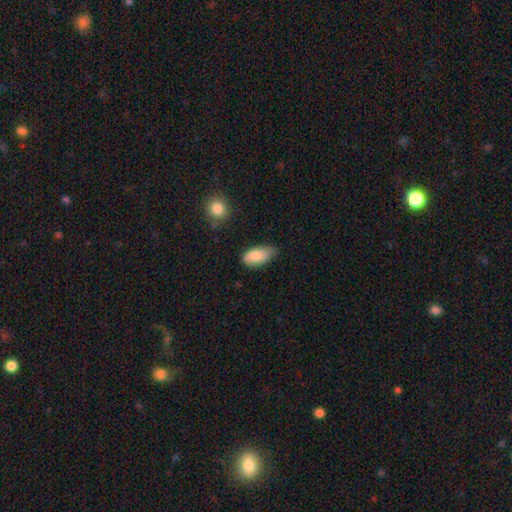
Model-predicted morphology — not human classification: smooth 83%, featured or disk 10%, star or artifact 7%. Down the decision tree: how rounded — in between (93%); merging — none (55%).